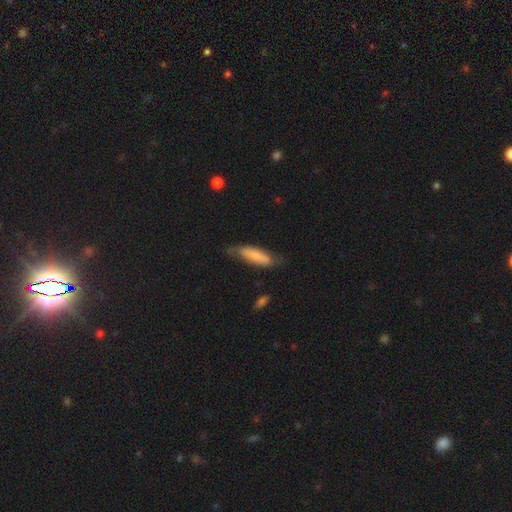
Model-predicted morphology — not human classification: Smooth or featured?
  - smooth: 72% *
  - featured or disk: 22%
  - star or artifact: 6%
How rounded?
  - in between: 50% *
  - cigar-shaped: 48%
  - round: 2%
Merging?
  - none: 55% *
  - minor disturbance: 32%
  - major disturbance: 11%
  - merger: 2%